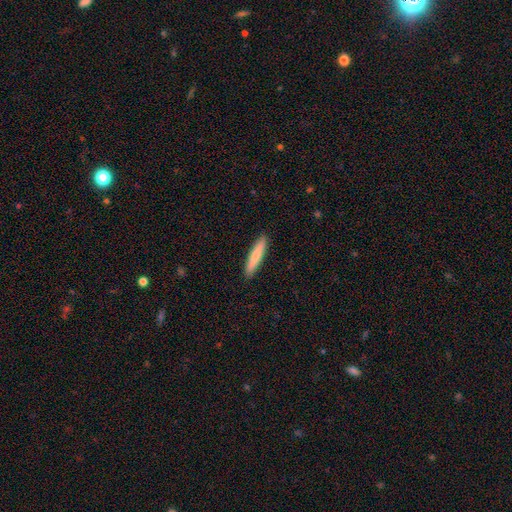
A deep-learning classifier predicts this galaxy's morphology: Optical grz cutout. It shows a smooth galaxy with no disk features (78%) that is cigar-shaped (92%). Merging: none (92%).